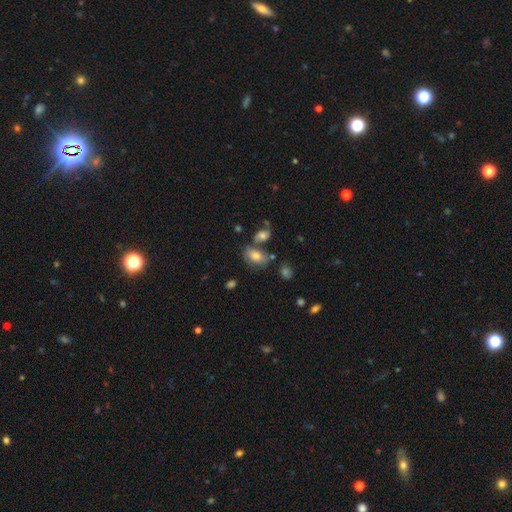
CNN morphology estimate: smooth_or_featured: smooth (p=0.74) [alt: featured or disk p=0.17]
how_rounded: in between (p=0.87) [alt: round p=0.11]
merging: none (p=0.53) [alt: minor disturbance p=0.20]